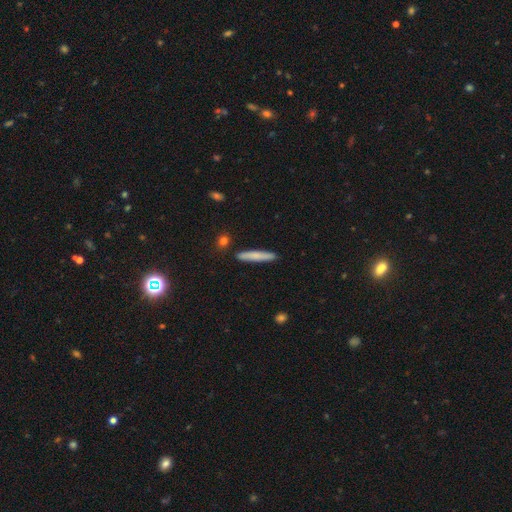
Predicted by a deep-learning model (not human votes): A smooth galaxy with no disk features (74%) that is cigar-shaped (94%). Merging: none (88%).